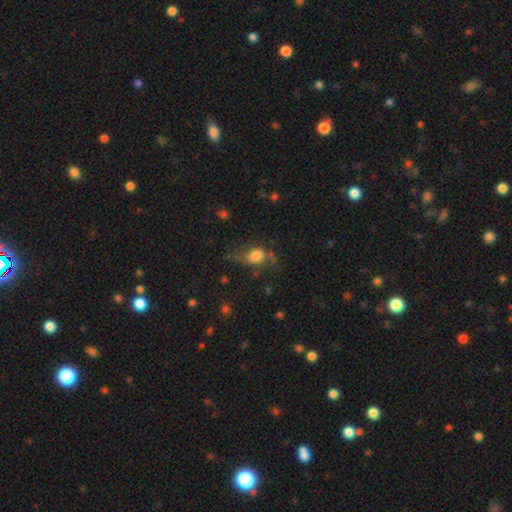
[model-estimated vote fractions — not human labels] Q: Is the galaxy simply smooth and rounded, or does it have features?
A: smooth — 63%.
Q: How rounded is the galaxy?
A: in between — 64%.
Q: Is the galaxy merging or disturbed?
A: none — 45%.